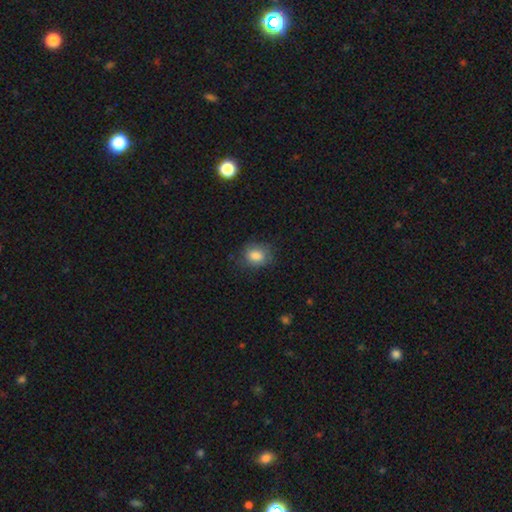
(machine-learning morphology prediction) This is clearly a smooth galaxy (84%). How rounded: possibly in between (51%). Merging: likely none (74%).